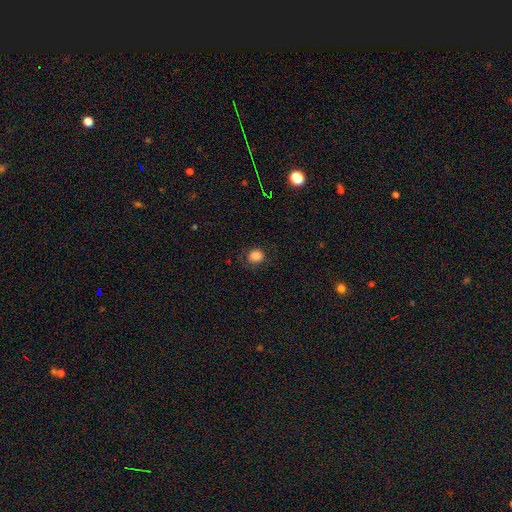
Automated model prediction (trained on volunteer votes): Q: Smooth or featured?
A: smooth (85%); runner-up: star or artifact (11%)
Q: How rounded?
A: round (79%); runner-up: in between (20%)
Q: Merging?
A: none (82%); runner-up: minor disturbance (12%)